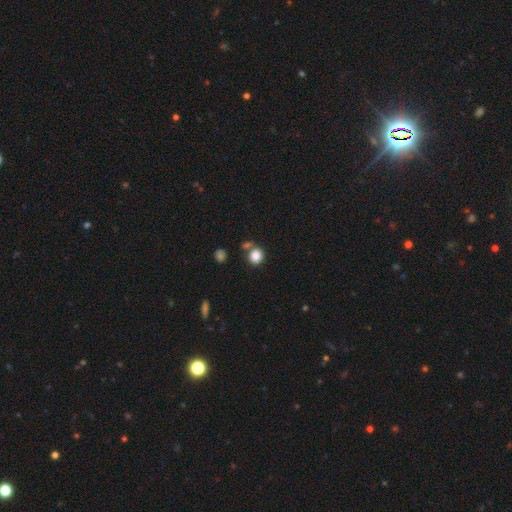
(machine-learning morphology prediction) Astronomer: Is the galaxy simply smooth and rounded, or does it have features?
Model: smooth — 84%.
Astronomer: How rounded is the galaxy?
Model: round — 79%.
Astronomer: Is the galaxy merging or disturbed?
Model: none — 67%.